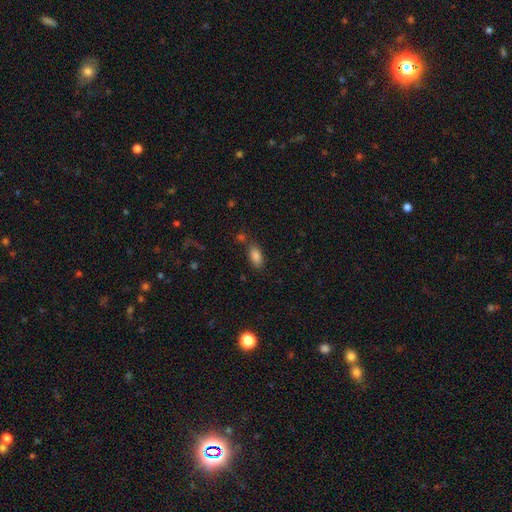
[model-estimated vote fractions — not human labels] smooth_or_featured: smooth (p=0.85) [alt: star or artifact p=0.09]
how_rounded: in between (p=0.89) [alt: cigar-shaped p=0.08]
merging: none (p=0.70) [alt: minor disturbance p=0.15]